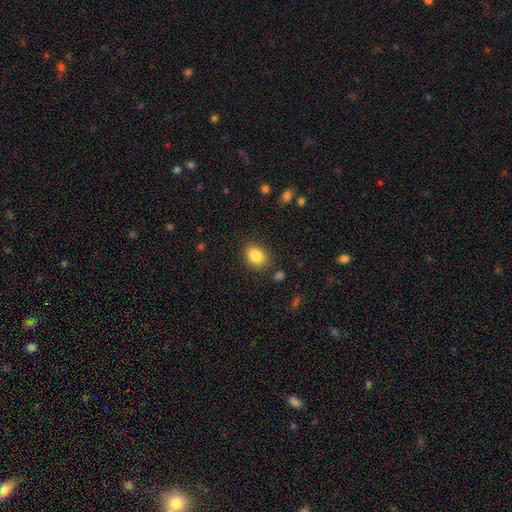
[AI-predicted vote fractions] Smooth or featured: smooth — 86% (star or artifact — 8%)
How rounded: in between — 80% (round — 19%)
Merging: none — 77% (minor disturbance — 15%)